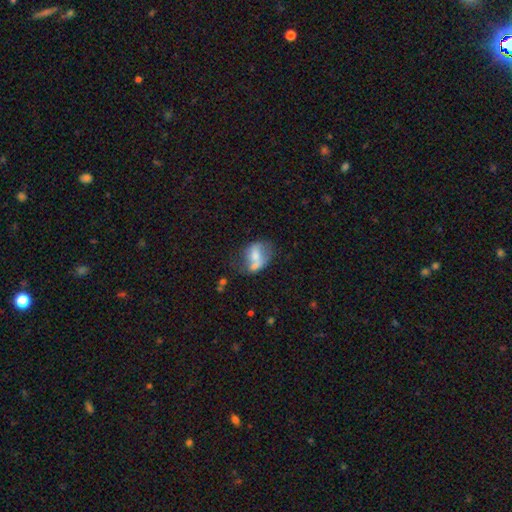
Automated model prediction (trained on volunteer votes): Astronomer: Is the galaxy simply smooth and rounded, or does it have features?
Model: smooth — 52% (runner-up: featured or disk, 40%).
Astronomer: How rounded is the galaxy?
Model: in between — 69%.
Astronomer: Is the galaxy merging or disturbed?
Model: none — 32% (runner-up: merger, 27%).